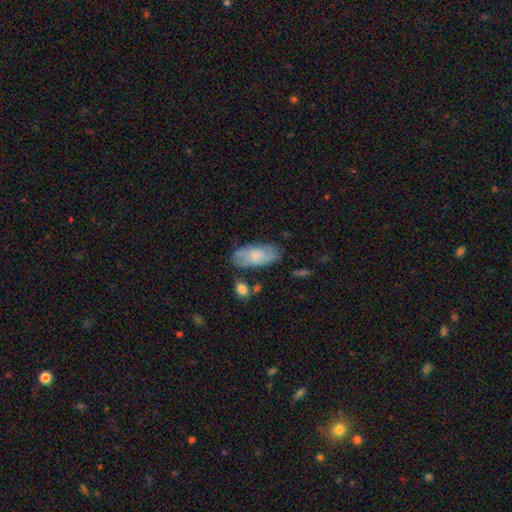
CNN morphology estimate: smooth 65%, featured or disk 29%, star or artifact 6%. Down the decision tree: how rounded — in between (90%); merging — none (69%).